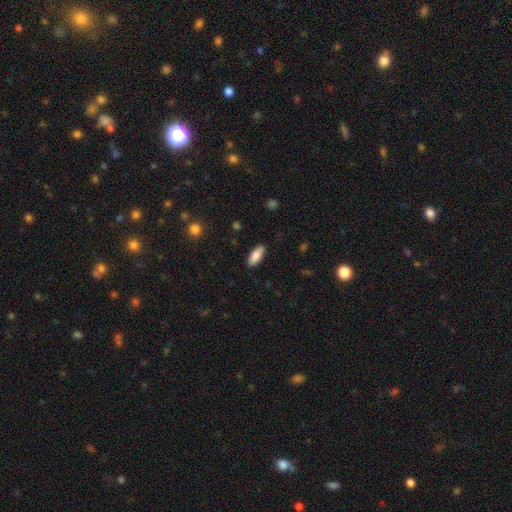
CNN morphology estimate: Smooth or featured?
  - smooth: 87% *
  - featured or disk: 7%
  - star or artifact: 6%
How rounded?
  - in between: 83% *
  - cigar-shaped: 16%
  - round: 2%
Merging?
  - none: 87% *
  - minor disturbance: 9%
  - major disturbance: 2%
  - merger: 1%